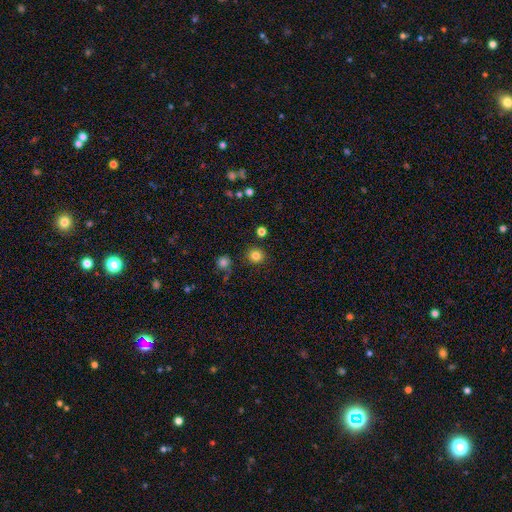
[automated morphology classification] smooth-or-featured: smooth: 82% | star or artifact: 13% | featured or disk: 5%
  how-rounded: round: 91% | in between: 8% | cigar-shaped: 1%
  merging: none: 88% | minor disturbance: 7% | merger: 3% | major disturbance: 3%